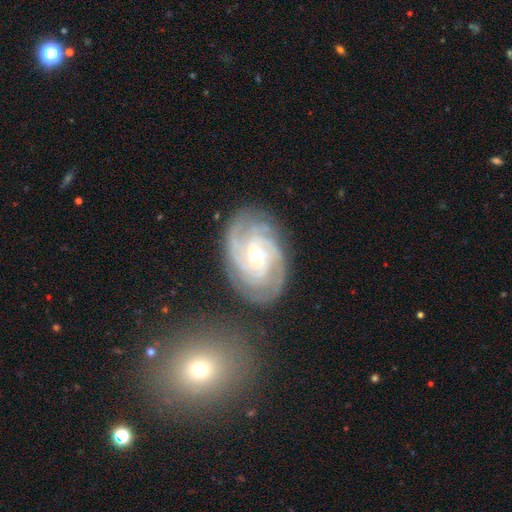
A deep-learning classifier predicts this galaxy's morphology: A featured or disk galaxy (90%) with a weak bar (45%), 3 (30%, tied with 4) tight (69%) spiral arms (98%) and a moderate central bulge (51%). Merging: none (80%).